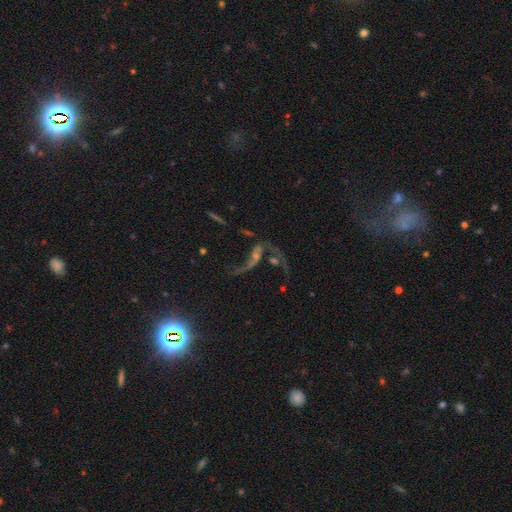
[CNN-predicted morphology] featured or disk 67%, star or artifact 21%, smooth 12%. Down the decision tree: edge-on disk — no (91%); bar — no (56%); spiral arms — yes (75%); bulge size — small (41%); merging — merger (36%).